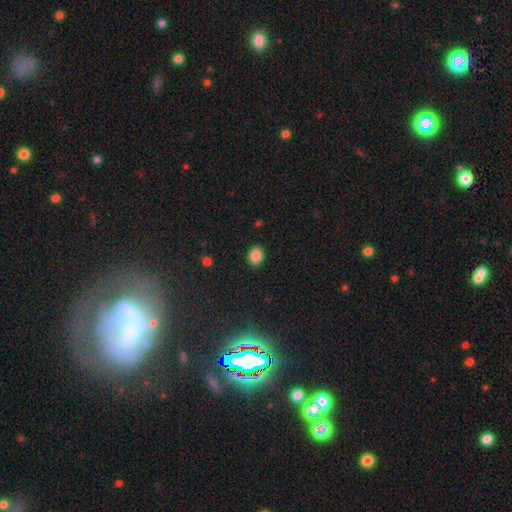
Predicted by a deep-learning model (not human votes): Overall: smooth (87%). How rounded: in between (60%; round 39%). Merging: none (90%).